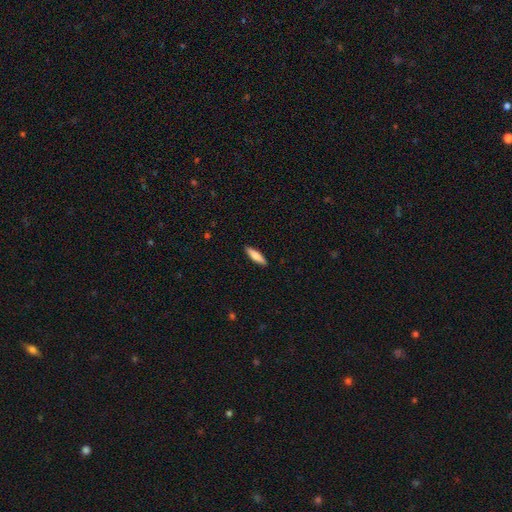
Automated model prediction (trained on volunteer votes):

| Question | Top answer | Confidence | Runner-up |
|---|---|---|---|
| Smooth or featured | smooth | 75% | featured or disk (20%) |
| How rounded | cigar-shaped | 70% | in between (29%) |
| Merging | none | 90% | minor disturbance (7%) |